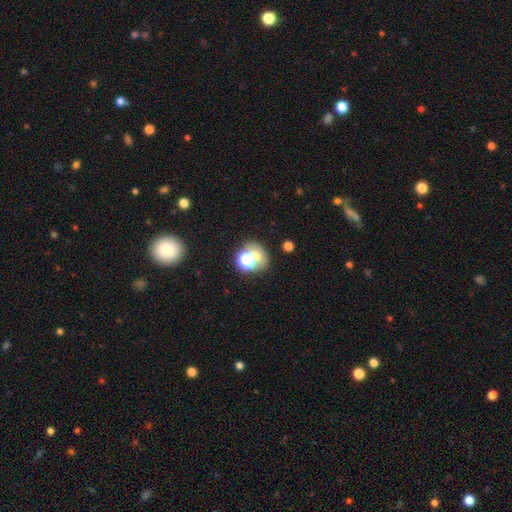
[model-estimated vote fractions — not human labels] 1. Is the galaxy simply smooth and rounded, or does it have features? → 52% smooth, 31% star or artifact, 17% featured or disk.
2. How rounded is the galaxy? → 69% round, 30% in between, 1% cigar-shaped.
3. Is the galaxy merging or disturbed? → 54% none, 26% merger, 12% minor disturbance, 9% major disturbance.